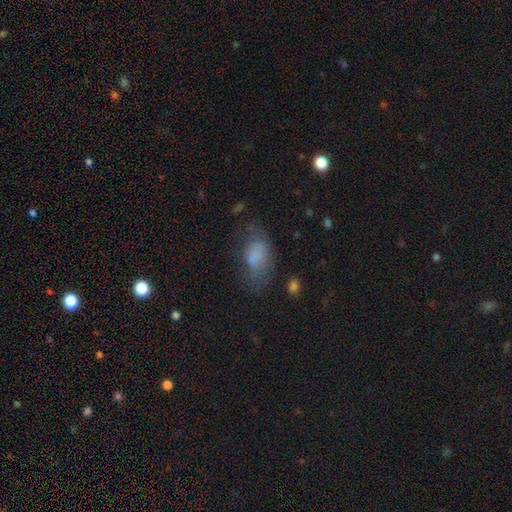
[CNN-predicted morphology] Smooth or featured: smooth — 72% (featured or disk — 17%)
How rounded: in between — 89% (round — 8%)
Merging: none — 43% (minor disturbance — 28%)